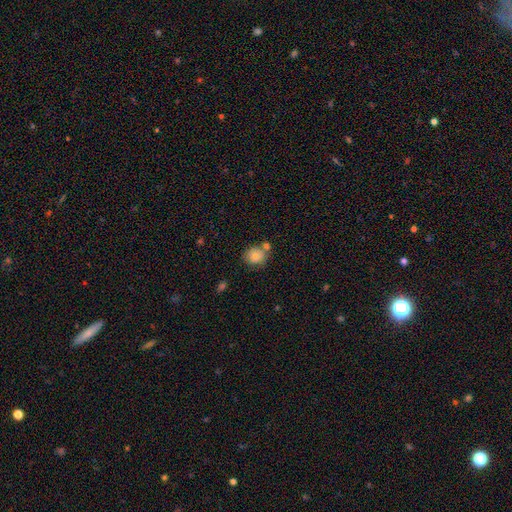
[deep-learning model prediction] smooth-or-featured: smooth: 82% | featured or disk: 10% | star or artifact: 9%
  how-rounded: round: 69% | in between: 30% | cigar-shaped: 1%
  merging: none: 56% | merger: 23% | minor disturbance: 16% | major disturbance: 5%